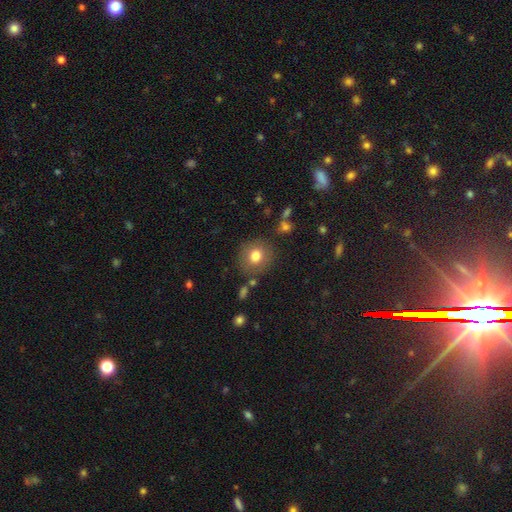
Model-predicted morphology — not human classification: Smooth or featured?
  - smooth: 78% *
  - featured or disk: 12%
  - star or artifact: 10%
How rounded?
  - round: 87% *
  - in between: 12%
  - cigar-shaped: 1%
Merging?
  - none: 83% *
  - minor disturbance: 10%
  - major disturbance: 4%
  - merger: 4%